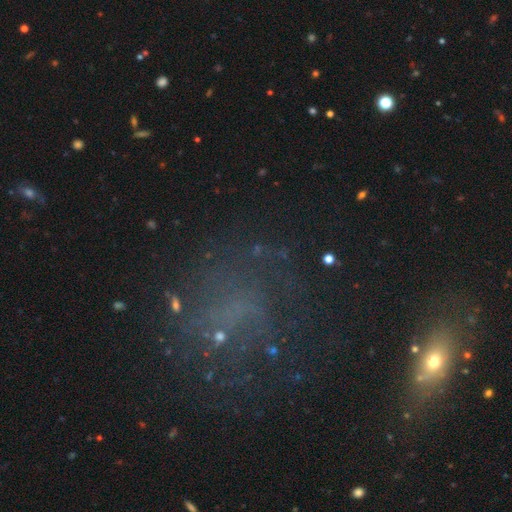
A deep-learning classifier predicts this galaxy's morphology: This appears to be a featured or disk galaxy (34%, tied with star or artifact). Merging: none (59%).